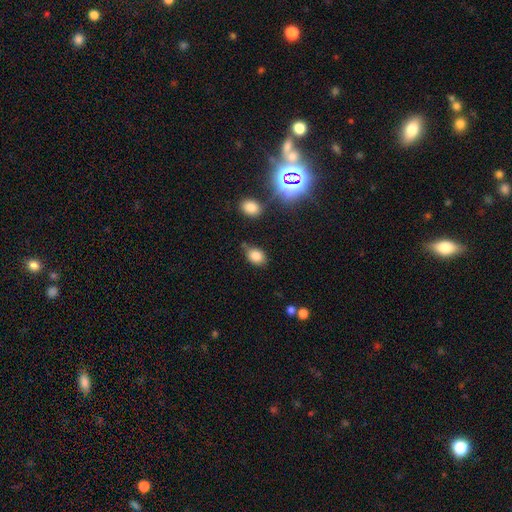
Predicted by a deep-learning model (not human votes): The model was most divided on "how rounded": in between: 73%, round: 26%, cigar-shaped: 1%. More confident: smooth or featured — smooth (82%); merging — none (72%).